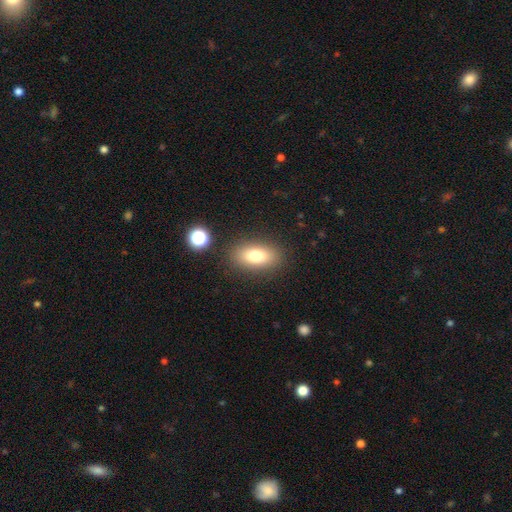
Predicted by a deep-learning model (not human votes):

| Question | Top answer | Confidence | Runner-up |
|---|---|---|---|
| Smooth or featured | smooth | 77% | featured or disk (13%) |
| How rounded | in between | 86% | round (8%) |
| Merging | none | 85% | minor disturbance (9%) |